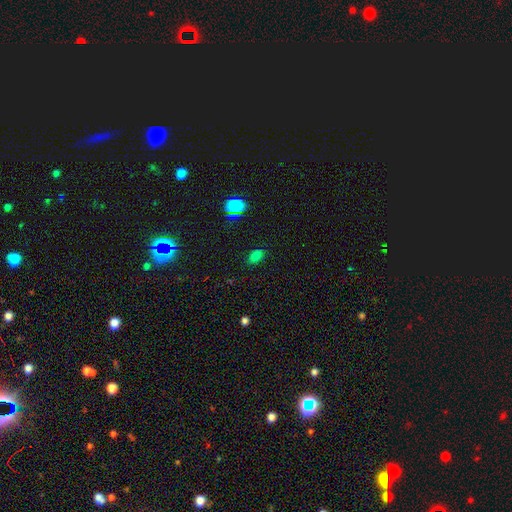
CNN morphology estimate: smooth-or-featured: smooth: 73% | star or artifact: 21% | featured or disk: 6%
  how-rounded: in between: 84% | round: 14% | cigar-shaped: 2%
  merging: none: 82% | minor disturbance: 13% | major disturbance: 3% | merger: 1%